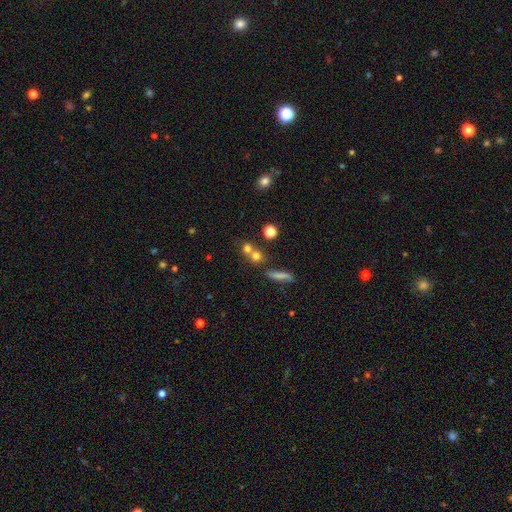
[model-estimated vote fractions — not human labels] Q: Smooth or featured?
A: smooth (68%); runner-up: star or artifact (17%)
Q: How rounded?
A: round (77%); runner-up: in between (17%)
Q: Merging?
A: merger (46%); runner-up: none (43%)